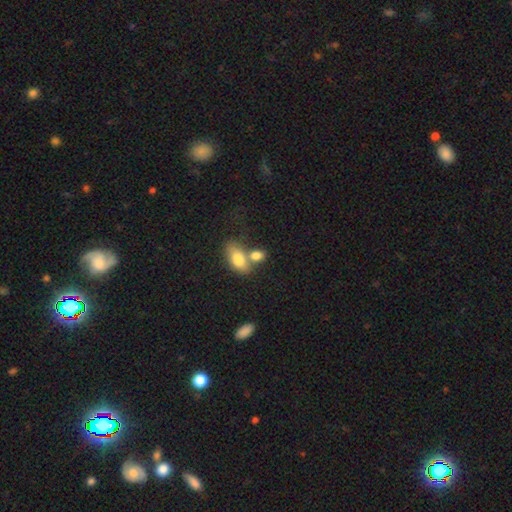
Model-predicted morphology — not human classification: Q: Smooth or featured?
A: smooth (78%); runner-up: featured or disk (13%)
Q: How rounded?
A: in between (81%); runner-up: round (16%)
Q: Merging?
A: merger (51%); runner-up: none (34%)